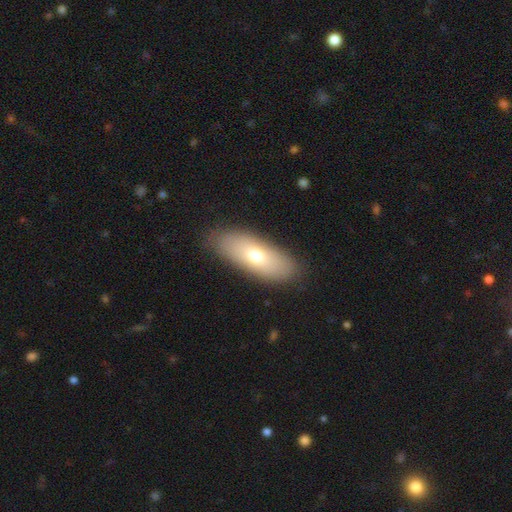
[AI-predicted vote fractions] Smooth or featured?
  - smooth: 68% *
  - featured or disk: 25%
  - star or artifact: 7%
How rounded?
  - in between: 74% *
  - cigar-shaped: 22%
  - round: 3%
Merging?
  - none: 85% *
  - minor disturbance: 11%
  - major disturbance: 4%
  - merger: 1%